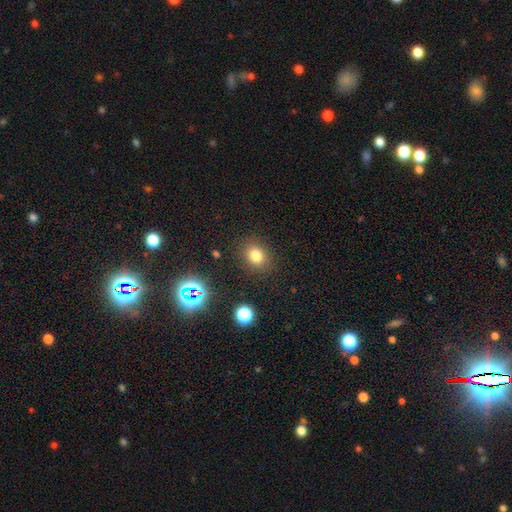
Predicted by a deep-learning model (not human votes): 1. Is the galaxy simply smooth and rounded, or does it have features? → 76% smooth, 17% star or artifact, 7% featured or disk.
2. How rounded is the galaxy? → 53% round, 46% in between, 1% cigar-shaped.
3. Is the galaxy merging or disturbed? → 85% none, 9% minor disturbance, 4% major disturbance, 2% merger.